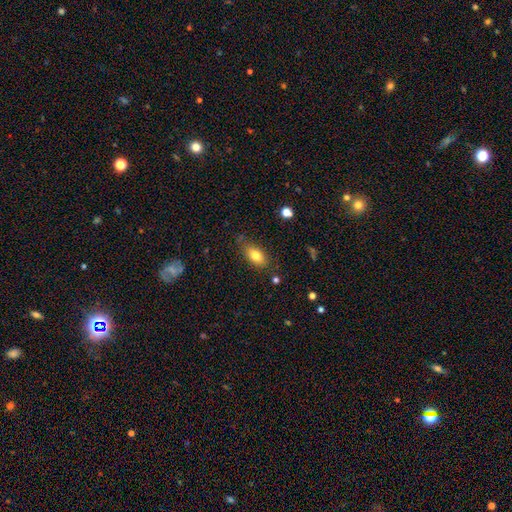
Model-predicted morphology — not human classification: Overall: smooth (80%). How rounded: in between (87%). Merging: none (75%).